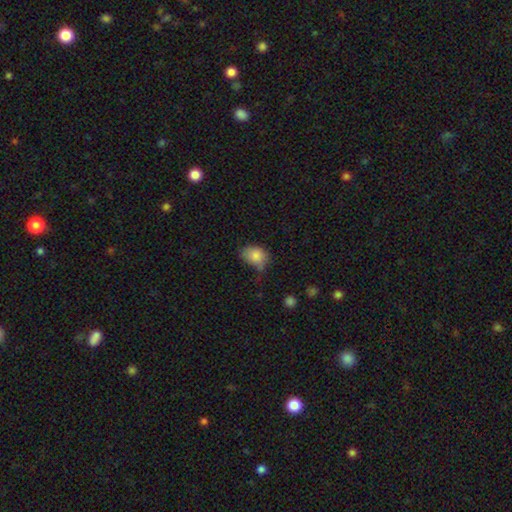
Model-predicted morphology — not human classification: Q: Smooth or featured?
A: smooth (83%); runner-up: star or artifact (9%)
Q: How rounded?
A: in between (70%); runner-up: round (29%)
Q: Merging?
A: none (43%); runner-up: minor disturbance (40%)